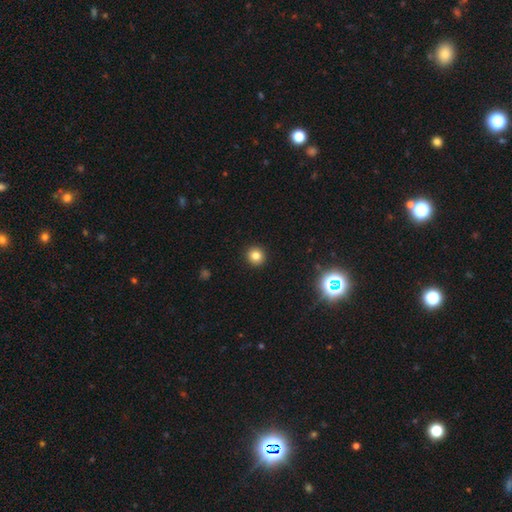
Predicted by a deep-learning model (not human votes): Smooth or featured? Predicted: smooth (p=0.82). How rounded? Predicted: round (p=0.93). Merging? Predicted: none (p=0.93).